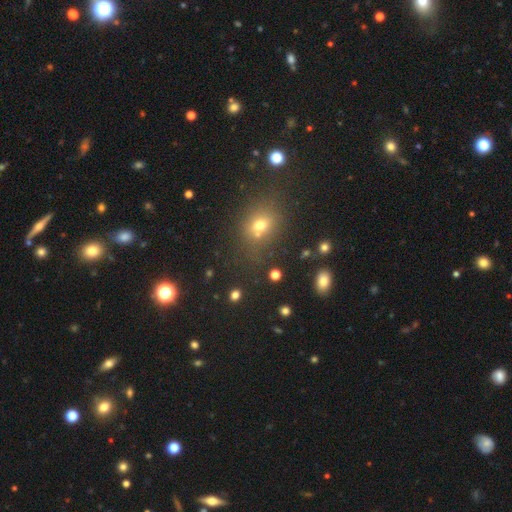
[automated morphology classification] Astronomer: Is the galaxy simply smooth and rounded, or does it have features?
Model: smooth — 58% (runner-up: star or artifact, 33%).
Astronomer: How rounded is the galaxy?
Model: round — 56% (runner-up: in between, 42%).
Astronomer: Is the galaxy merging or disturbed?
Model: none — 84%.